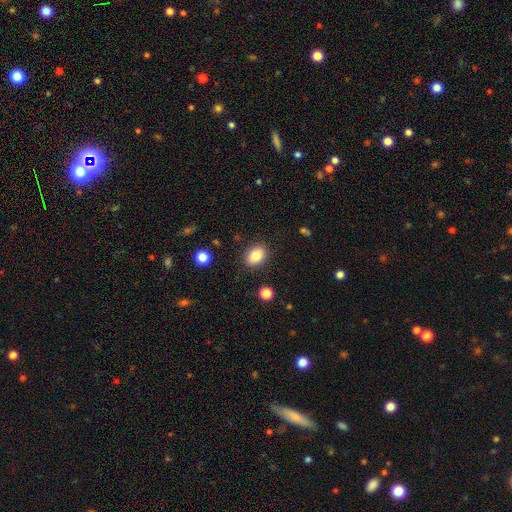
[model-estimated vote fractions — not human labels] smooth 84%, star or artifact 9%, featured or disk 7%. Down the decision tree: how rounded — in between (69%); merging — none (87%).